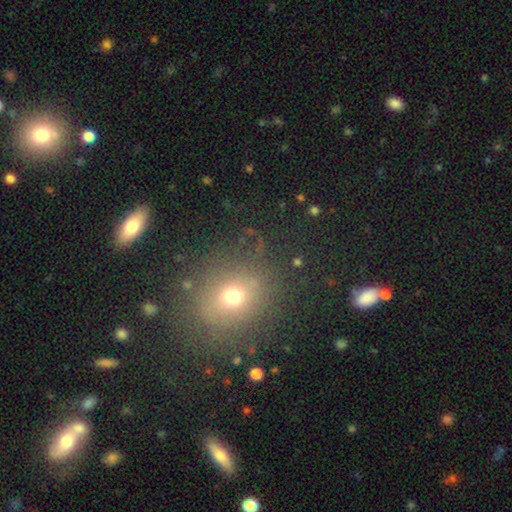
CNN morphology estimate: Smooth or featured? smooth (59%)
How rounded? round (67%)
Merging? none (83%)